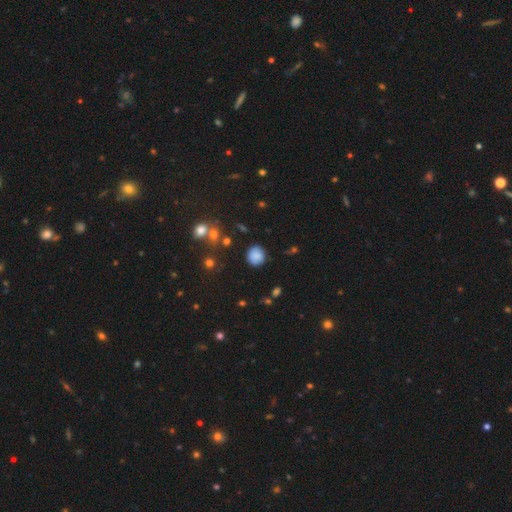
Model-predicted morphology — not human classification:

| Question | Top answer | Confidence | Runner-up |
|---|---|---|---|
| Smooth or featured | smooth | 80% | star or artifact (10%) |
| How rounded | round | 85% | in between (14%) |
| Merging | none | 80% | minor disturbance (14%) |